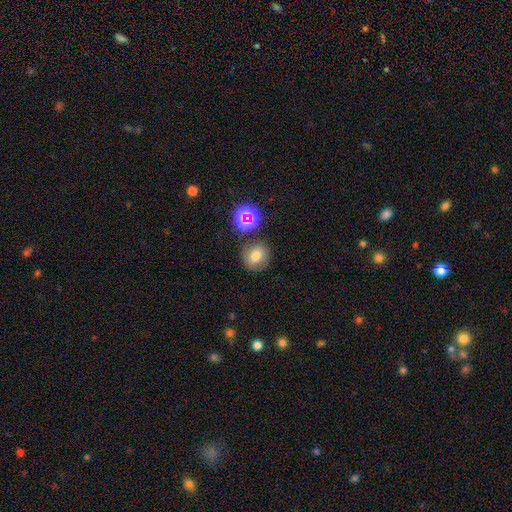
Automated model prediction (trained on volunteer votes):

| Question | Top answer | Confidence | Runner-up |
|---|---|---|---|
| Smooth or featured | smooth | 69% | star or artifact (18%) |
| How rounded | round | 78% | in between (21%) |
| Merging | none | 76% | minor disturbance (12%) |